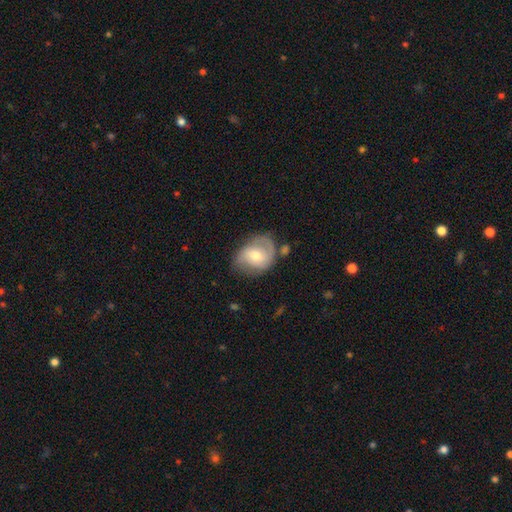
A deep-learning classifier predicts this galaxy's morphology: Smooth or featured: featured or disk — 59% (smooth — 34%)
Edge-on disk: no — 96% (yes — 4%)
Bar: no — 51% (weak — 40%)
Spiral arms: yes — 82% (no — 18%)
Bulge size: moderate — 63% (small — 30%)
Merging: none — 58% (minor disturbance — 25%)